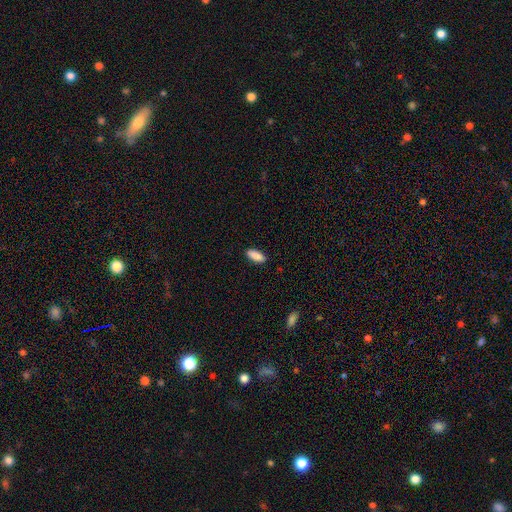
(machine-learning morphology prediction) Q: Smooth or featured?
A: smooth (90%); runner-up: star or artifact (6%)
Q: How rounded?
A: in between (77%); runner-up: cigar-shaped (21%)
Q: Merging?
A: none (88%); runner-up: minor disturbance (9%)